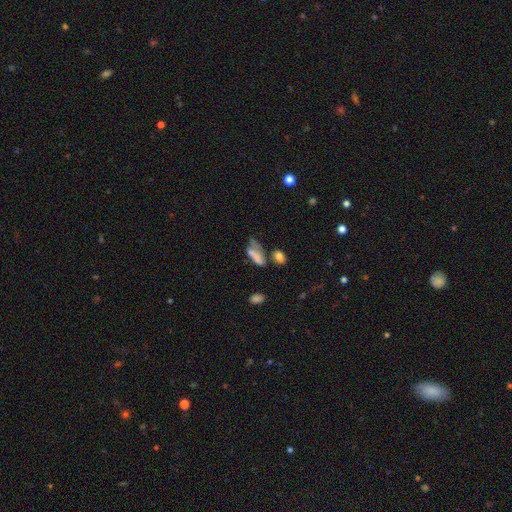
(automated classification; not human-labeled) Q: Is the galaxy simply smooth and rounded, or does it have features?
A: smooth — 66%.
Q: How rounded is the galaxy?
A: in between — 72%.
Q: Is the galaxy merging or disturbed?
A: major disturbance — 28%, tied with none.